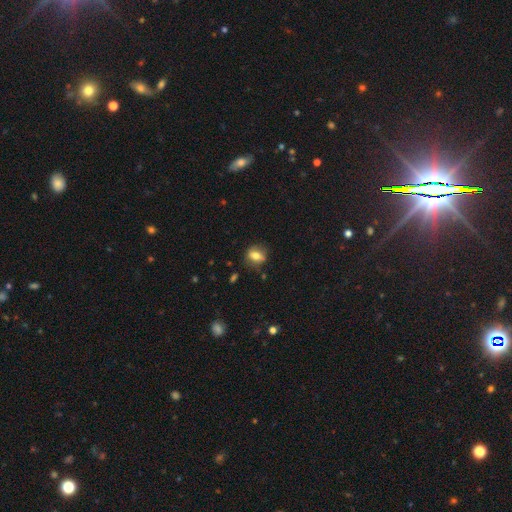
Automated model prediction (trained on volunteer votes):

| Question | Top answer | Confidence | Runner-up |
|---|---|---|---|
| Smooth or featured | smooth | 66% | featured or disk (25%) |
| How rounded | in between | 51% | round (46%) |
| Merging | none | 80% | minor disturbance (14%) |